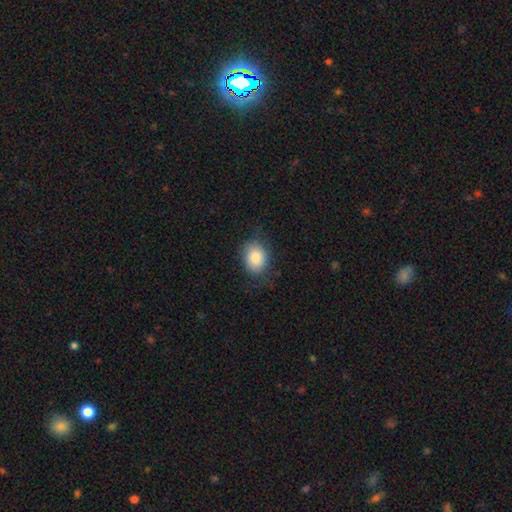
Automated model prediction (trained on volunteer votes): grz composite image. It shows a smooth galaxy with no disk features (83%) that is in between round and cigar-shaped (54%). Merging: none (76%).